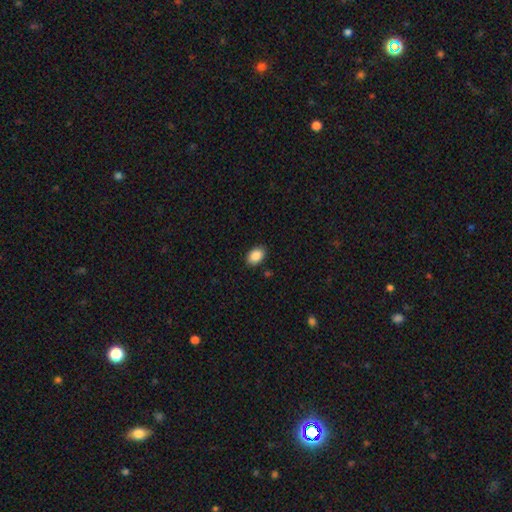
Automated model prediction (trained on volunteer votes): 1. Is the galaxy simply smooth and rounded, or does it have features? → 89% smooth, 8% star or artifact, 4% featured or disk.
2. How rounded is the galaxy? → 83% in between, 16% round, 1% cigar-shaped.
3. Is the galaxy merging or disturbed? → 88% none, 9% minor disturbance, 2% major disturbance, 1% merger.